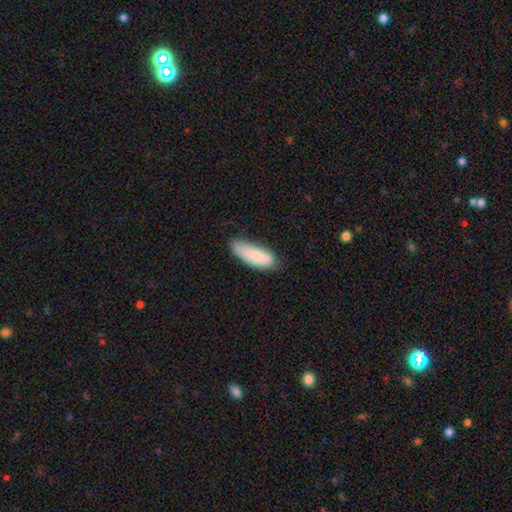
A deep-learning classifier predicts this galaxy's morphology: The model was most divided on "merging": none: 60%, minor disturbance: 32%, major disturbance: 6%, merger: 2%. More confident: smooth or featured — smooth (84%); how rounded — in between (68%).